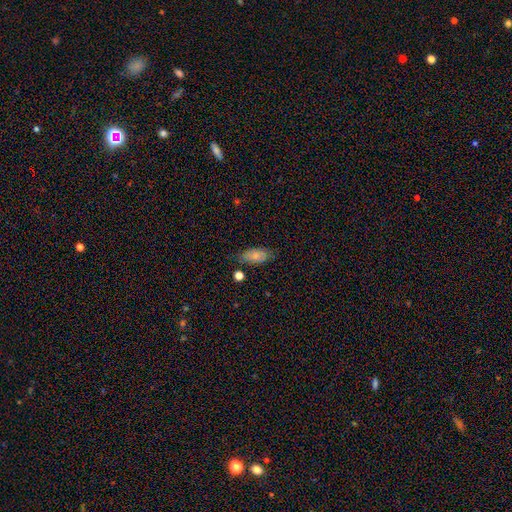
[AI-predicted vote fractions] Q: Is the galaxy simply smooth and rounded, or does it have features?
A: smooth — 78%.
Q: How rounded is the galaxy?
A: in between — 91%.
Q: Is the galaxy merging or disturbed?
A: none — 72%.